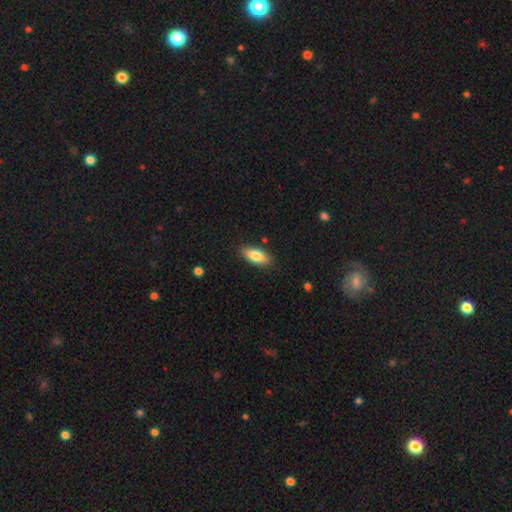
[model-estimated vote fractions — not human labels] A smooth galaxy with no disk features (82%) that is in between round and cigar-shaped (85%). Merging: none (86%).